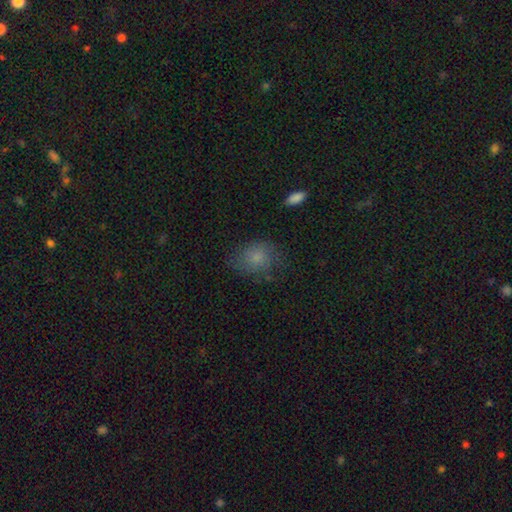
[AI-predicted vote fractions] The model was most divided on "how rounded": in between: 55%, round: 44%, cigar-shaped: 1%. More confident: smooth or featured — smooth (70%); merging — none (68%).